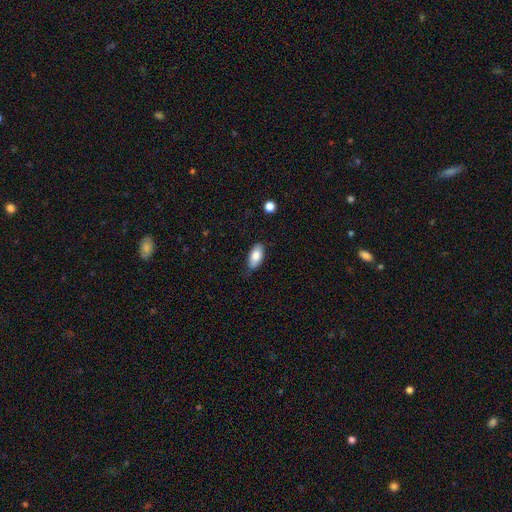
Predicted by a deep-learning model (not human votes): Smooth or featured? smooth (83%)
How rounded? in between (91%)
Merging? none (79%)